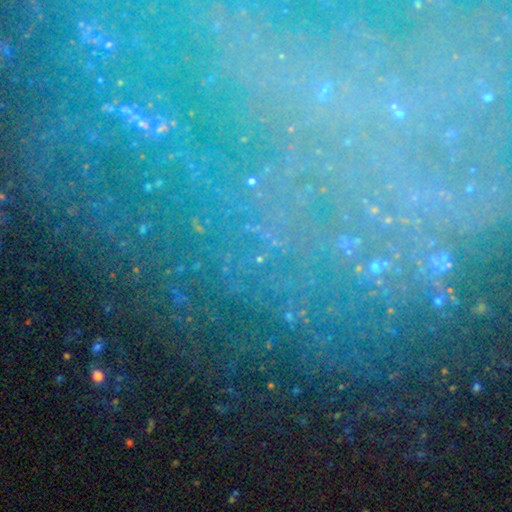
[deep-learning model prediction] star or artifact 66%, featured or disk 22%, smooth 12%.